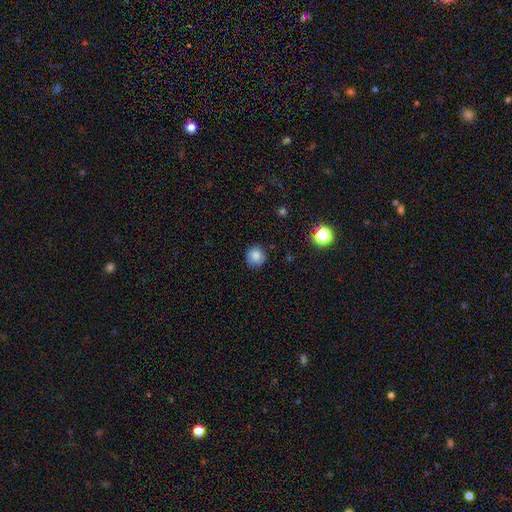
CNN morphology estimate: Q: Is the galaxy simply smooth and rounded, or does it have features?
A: smooth — 84%.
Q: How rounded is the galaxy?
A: round — 93%.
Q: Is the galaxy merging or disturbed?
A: none — 86%.